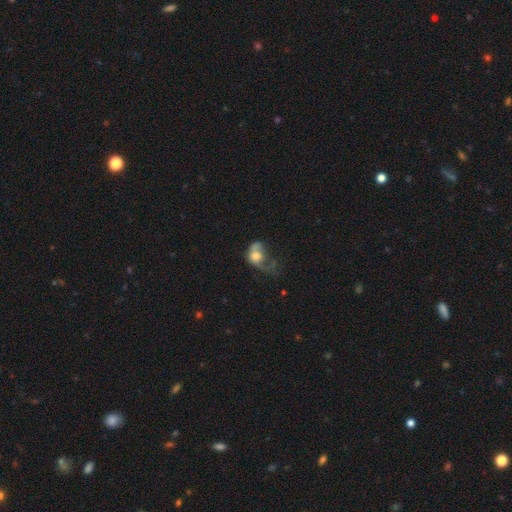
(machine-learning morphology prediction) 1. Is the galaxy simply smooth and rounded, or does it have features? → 53% smooth, 38% featured or disk, 9% star or artifact.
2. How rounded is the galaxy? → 57% in between, 41% round, 2% cigar-shaped.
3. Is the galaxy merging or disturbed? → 60% major disturbance, 15% minor disturbance, 15% none, 9% merger.